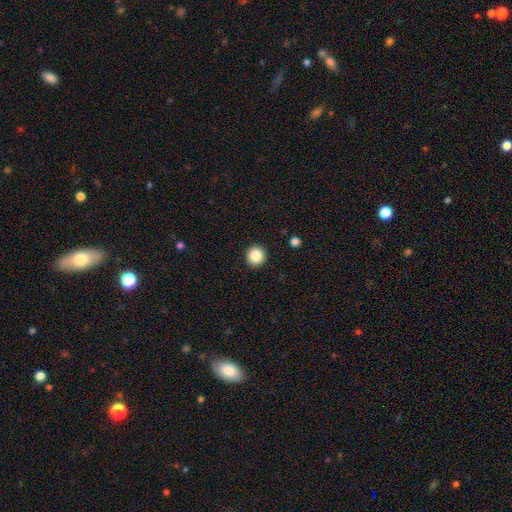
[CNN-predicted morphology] smooth 86%, star or artifact 9%, featured or disk 4%. Down the decision tree: how rounded — round (92%); merging — none (92%).